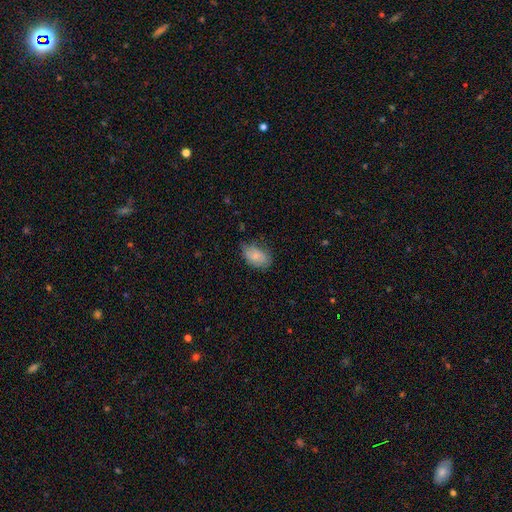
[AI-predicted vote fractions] Morphology: type=smooth (78%); roundness=in between (89%); merging=none (55%).